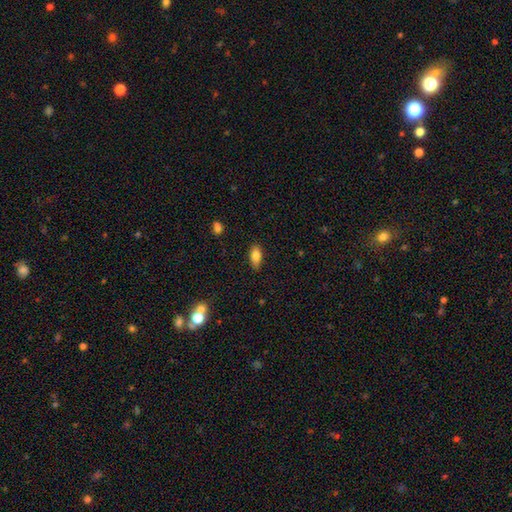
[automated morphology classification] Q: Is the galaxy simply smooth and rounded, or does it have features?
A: smooth — 80%.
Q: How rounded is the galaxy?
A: in between — 86%.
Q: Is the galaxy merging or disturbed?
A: none — 86%.